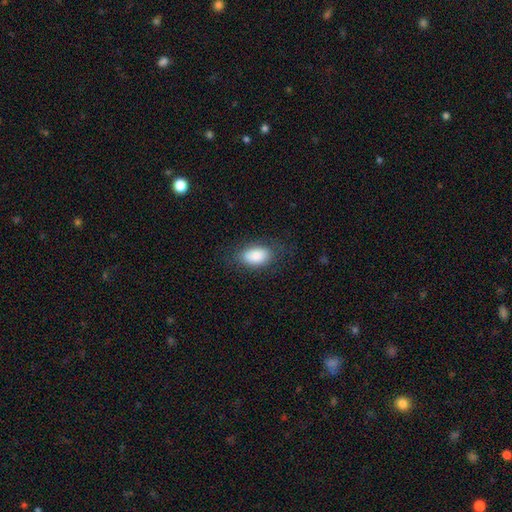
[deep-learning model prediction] Smooth or featured? smooth (87%)
How rounded? in between (92%)
Merging? none (80%)